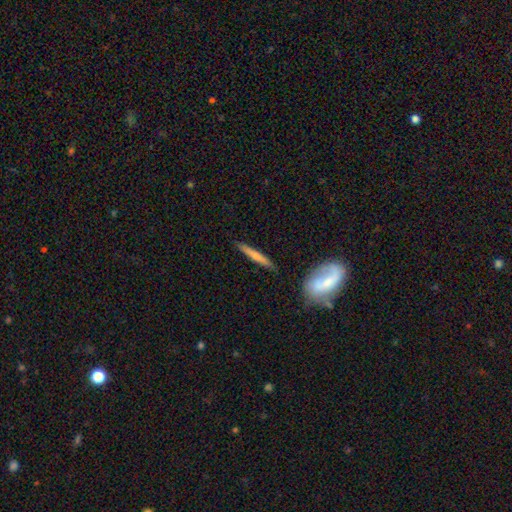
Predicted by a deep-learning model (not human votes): smooth_or_featured: smooth (p=0.63) [alt: featured or disk p=0.32]
how_rounded: cigar-shaped (p=0.94) [alt: in between p=0.04]
merging: none (p=0.87) [alt: minor disturbance p=0.09]